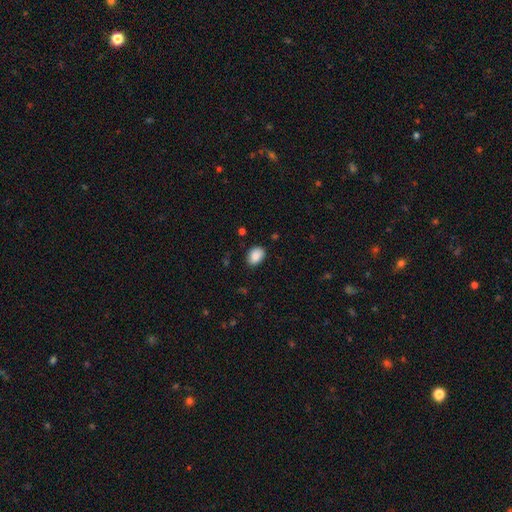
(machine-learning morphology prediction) Smooth or featured? smooth (89%)
How rounded? in between (80%)
Merging? none (83%)